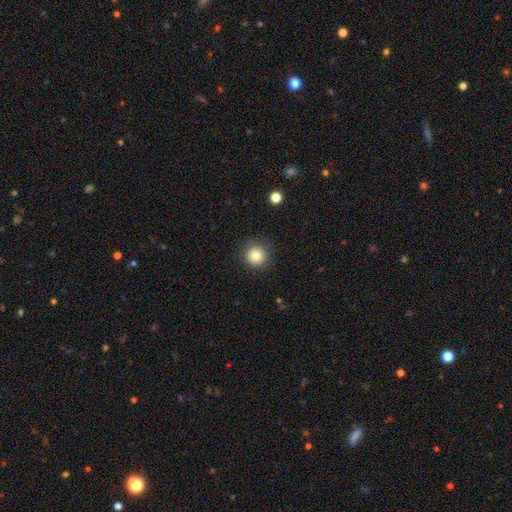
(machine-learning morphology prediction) Smooth or featured? Predicted: smooth (p=0.82). How rounded? Predicted: round (p=0.94). Merging? Predicted: none (p=0.87).